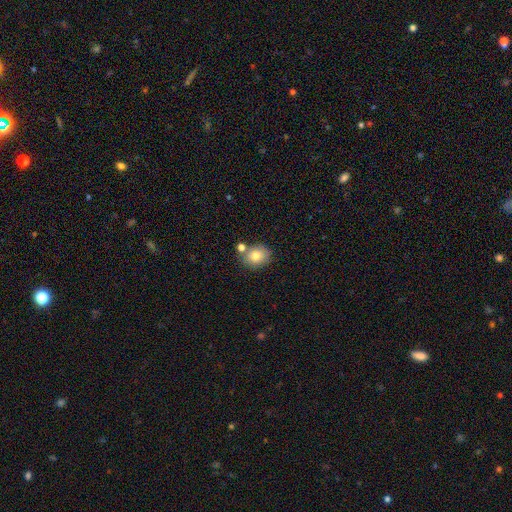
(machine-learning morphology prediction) This appears to be a smooth galaxy with no disk features (79%) that is round (68%). Merging: none (68%).